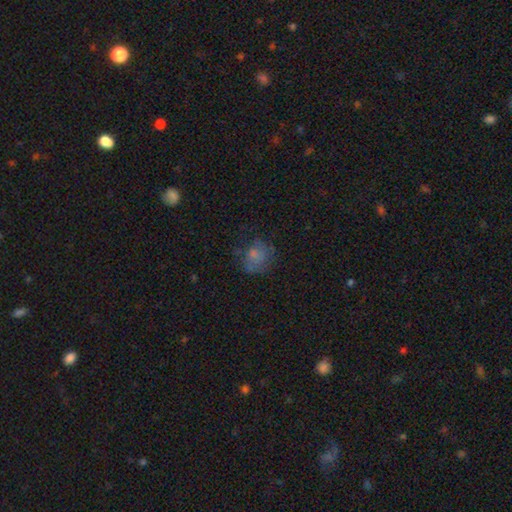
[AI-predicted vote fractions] Morphology: type=smooth (64%); roundness=round (69%); merging=none (55%).